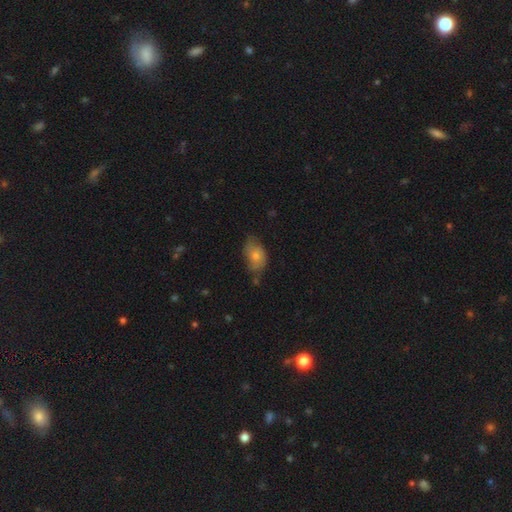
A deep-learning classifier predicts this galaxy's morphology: A smooth galaxy with no disk features (64%) that is in between round and cigar-shaped (84%). Merging: none (56%).